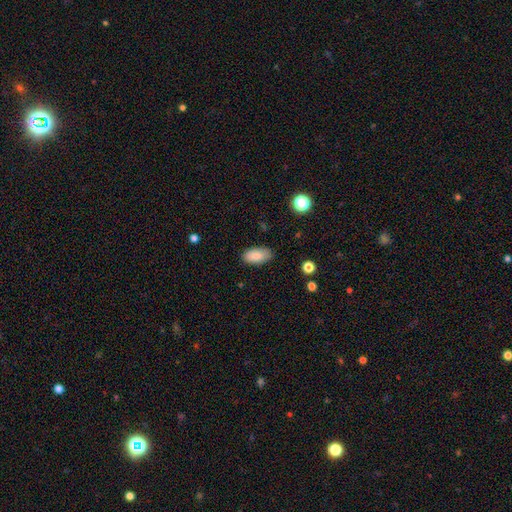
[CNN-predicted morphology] Q: Smooth or featured?
A: smooth (86%); runner-up: star or artifact (7%)
Q: How rounded?
A: in between (93%); runner-up: cigar-shaped (4%)
Q: Merging?
A: none (84%); runner-up: minor disturbance (12%)